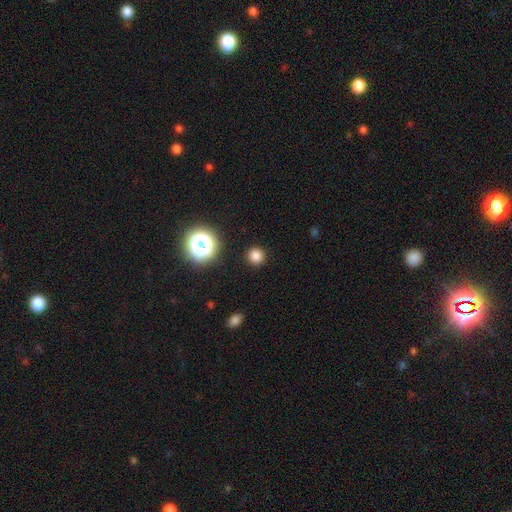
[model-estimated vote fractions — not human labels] Overall: smooth (79%). How rounded: round (94%). Merging: none (91%).